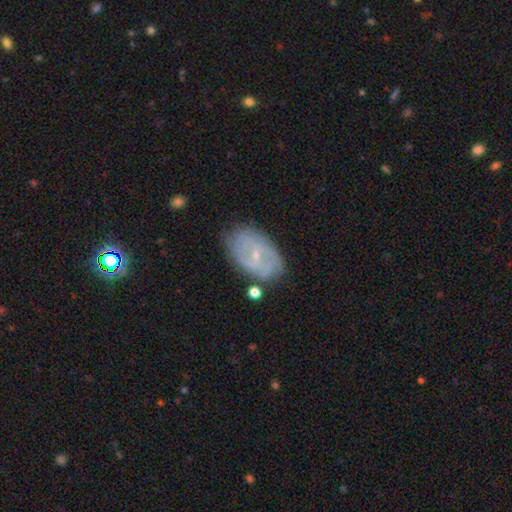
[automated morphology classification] A featured or disk galaxy (71%) with a weak bar (49%), 2 (52%) tight (43%) spiral arms (77%) and a small central bulge (76%). Merging: none (73%).